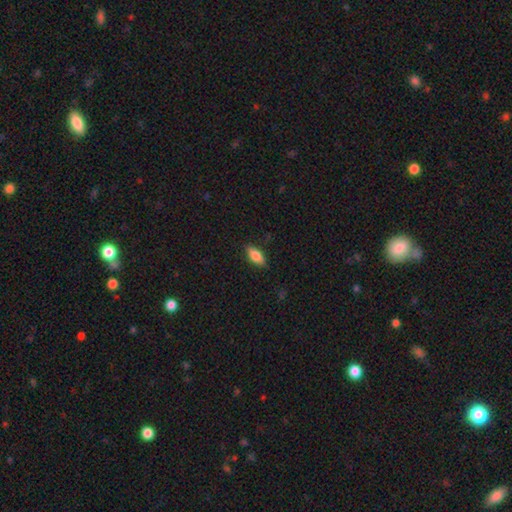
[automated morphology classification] type=smooth (74%); roundness=in between (75%); merging=none (85%).